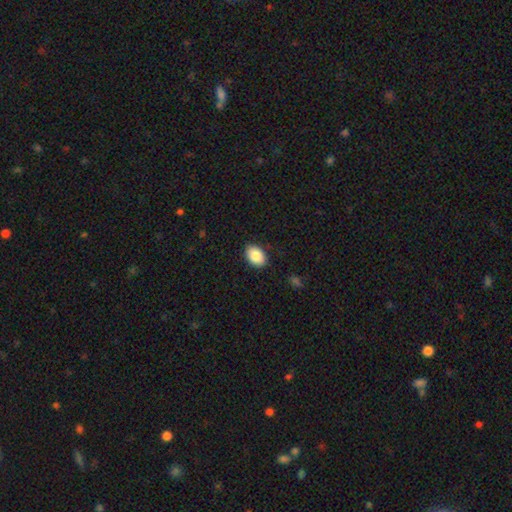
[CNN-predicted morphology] Smooth or featured?
  - smooth: 88% *
  - star or artifact: 7%
  - featured or disk: 6%
How rounded?
  - in between: 85% *
  - round: 14%
  - cigar-shaped: 1%
Merging?
  - none: 87% *
  - minor disturbance: 9%
  - major disturbance: 2%
  - merger: 1%